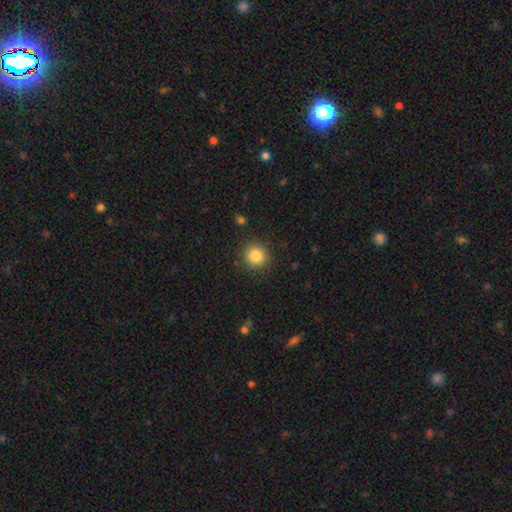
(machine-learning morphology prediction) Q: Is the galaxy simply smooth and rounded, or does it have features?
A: smooth — 85%.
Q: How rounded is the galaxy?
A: round — 92%.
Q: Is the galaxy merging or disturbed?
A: none — 90%.